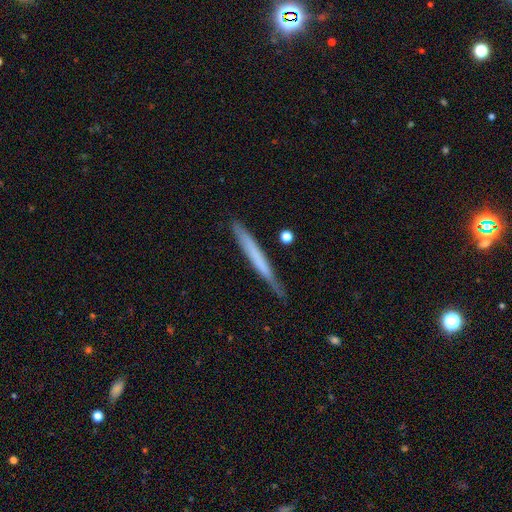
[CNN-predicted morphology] Q: Smooth or featured?
A: smooth (53%); runner-up: featured or disk (41%)
Q: How rounded?
A: cigar-shaped (97%); runner-up: in between (2%)
Q: Merging?
A: none (77%); runner-up: minor disturbance (18%)